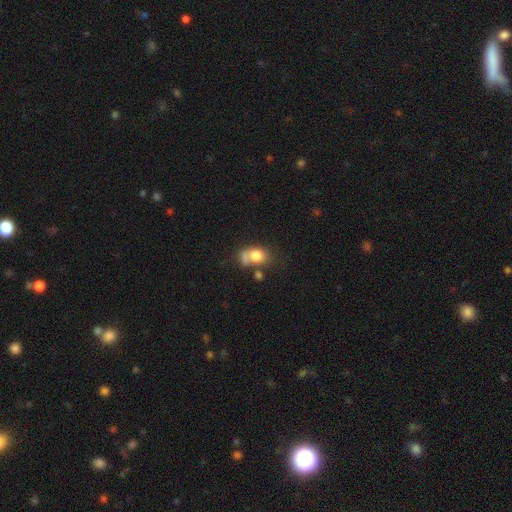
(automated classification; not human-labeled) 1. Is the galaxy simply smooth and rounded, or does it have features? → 74% smooth, 16% featured or disk, 9% star or artifact.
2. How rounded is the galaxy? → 64% in between, 35% round, 2% cigar-shaped.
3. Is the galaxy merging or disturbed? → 36% merger, 30% none, 18% minor disturbance, 16% major disturbance.